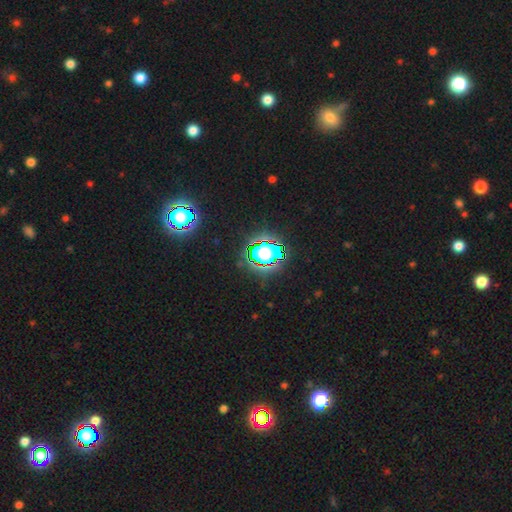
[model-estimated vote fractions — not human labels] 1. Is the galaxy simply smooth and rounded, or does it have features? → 82% star or artifact, 11% smooth, 7% featured or disk.